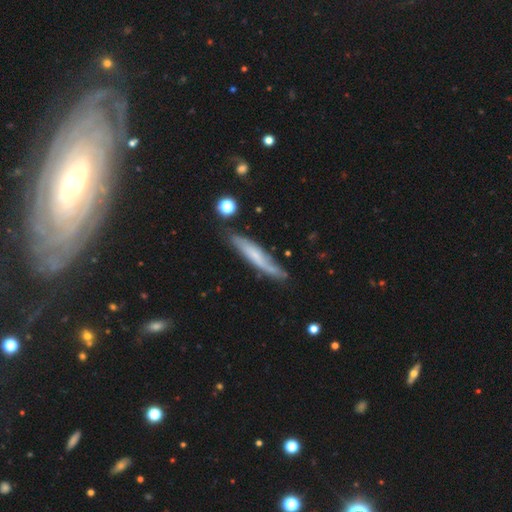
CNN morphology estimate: Smooth or featured? featured or disk (49%)
Merging? none (70%)